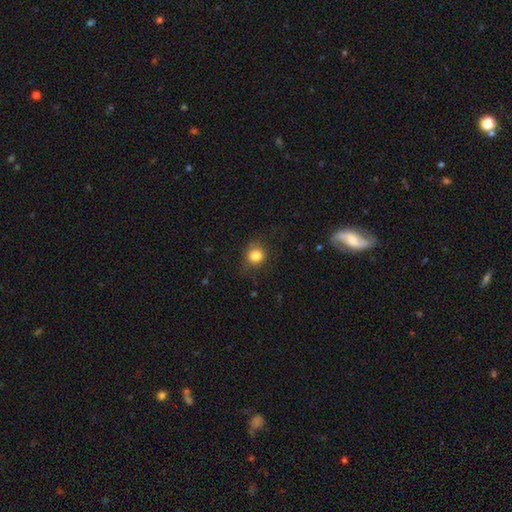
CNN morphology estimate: This is clearly a smooth galaxy (83%). How rounded: clearly round (85%). Merging: likely none (79%).